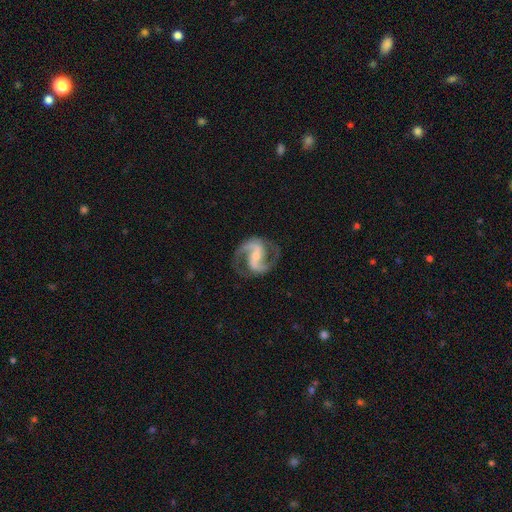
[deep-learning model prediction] Smooth or featured: featured or disk — 92% (star or artifact — 4%)
Edge-on disk: no — 98% (yes — 2%)
Bar: strong — 44% (weak — 38%)
Spiral arms: yes — 98% (no — 2%)
Spiral winding: medium — 61% (loose — 23%)
Spiral arm count: 2 — 93% (can't tell — 2%)
Bulge size: small — 55% (moderate — 37%)
Merging: none — 79% (minor disturbance — 13%)